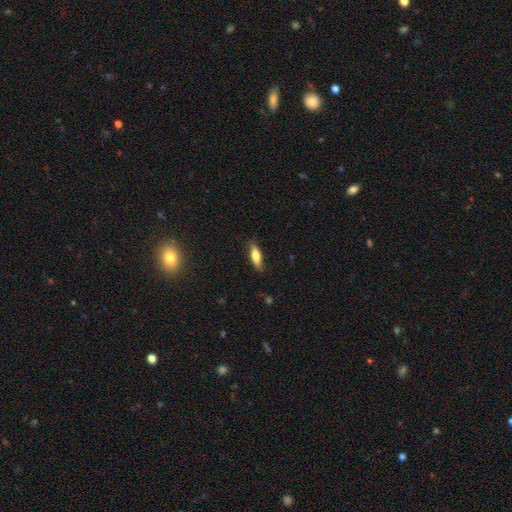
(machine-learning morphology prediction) This appears to be a smooth galaxy with no disk features (72%) that is cigar-shaped (51%). Merging: none (83%).